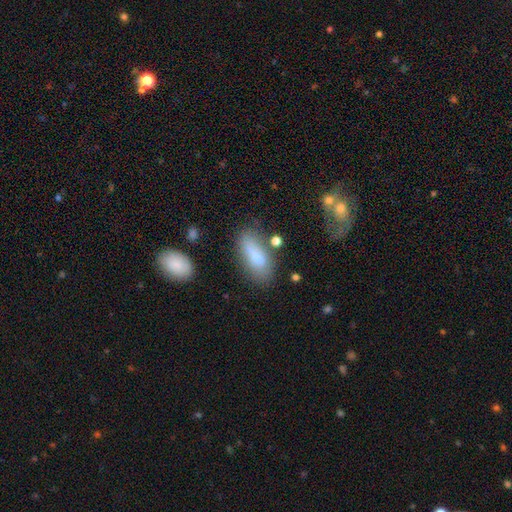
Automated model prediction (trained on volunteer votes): Overall: smooth (78%). How rounded: in between (75%). Merging: none (61%; minor disturbance 22%).